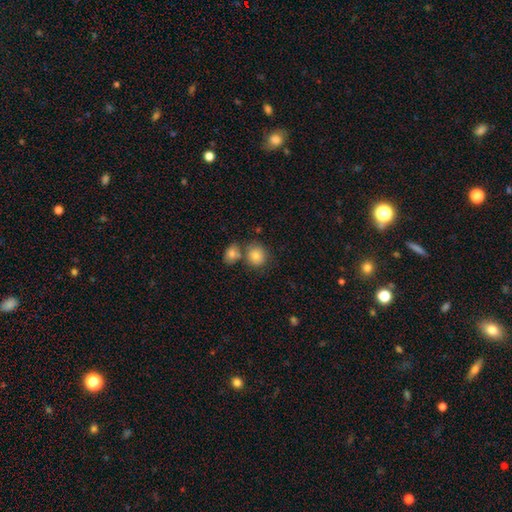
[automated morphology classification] Q: Smooth or featured?
A: smooth (80%); runner-up: star or artifact (11%)
Q: How rounded?
A: round (79%); runner-up: in between (20%)
Q: Merging?
A: none (60%); runner-up: merger (27%)